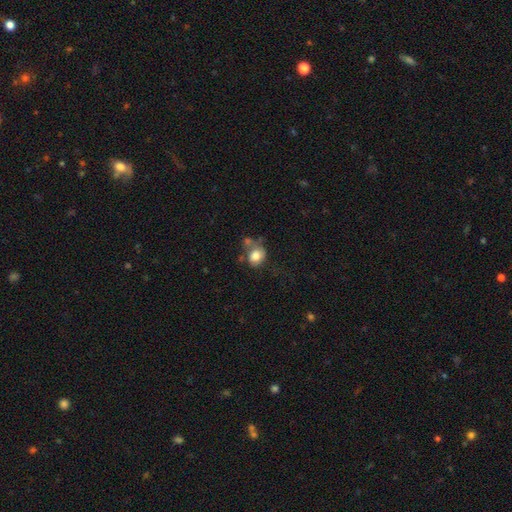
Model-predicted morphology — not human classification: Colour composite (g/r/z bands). It shows a smooth galaxy with no disk features (80%) that is round (63%). Merging: none (45%).